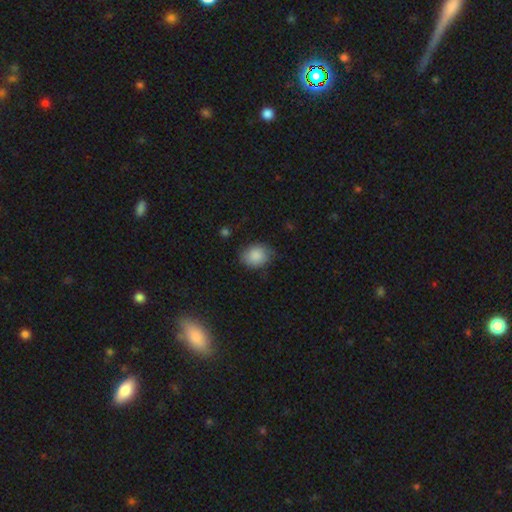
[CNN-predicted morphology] Smooth or featured?
  - smooth: 87% *
  - star or artifact: 7%
  - featured or disk: 6%
How rounded?
  - in between: 53% *
  - round: 46%
  - cigar-shaped: 1%
Merging?
  - none: 72% *
  - minor disturbance: 22%
  - major disturbance: 5%
  - merger: 2%